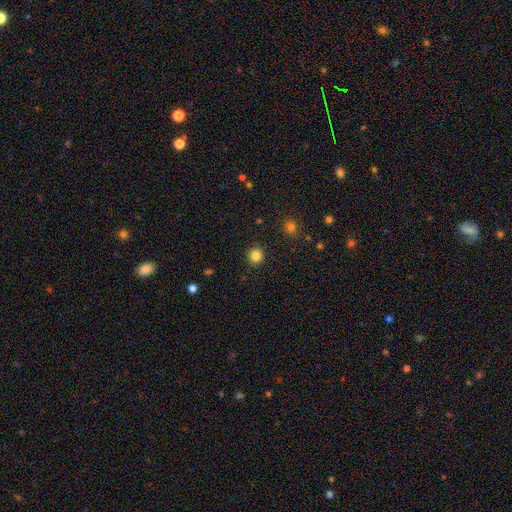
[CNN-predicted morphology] Overall: smooth (84%). How rounded: round (90%). Merging: none (90%).